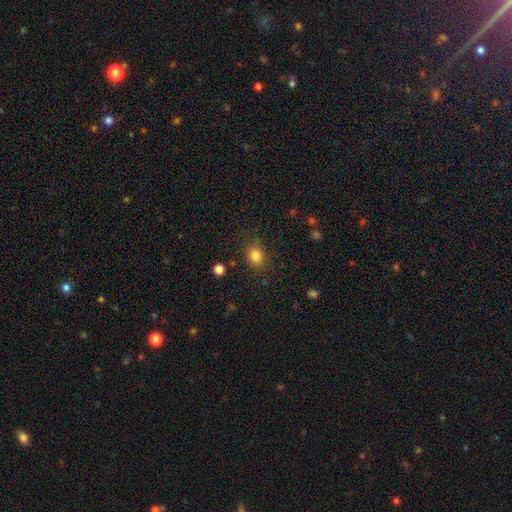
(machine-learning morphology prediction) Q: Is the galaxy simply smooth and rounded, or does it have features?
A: smooth — 83%.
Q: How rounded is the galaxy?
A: round — 62%.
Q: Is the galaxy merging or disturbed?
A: none — 81%.